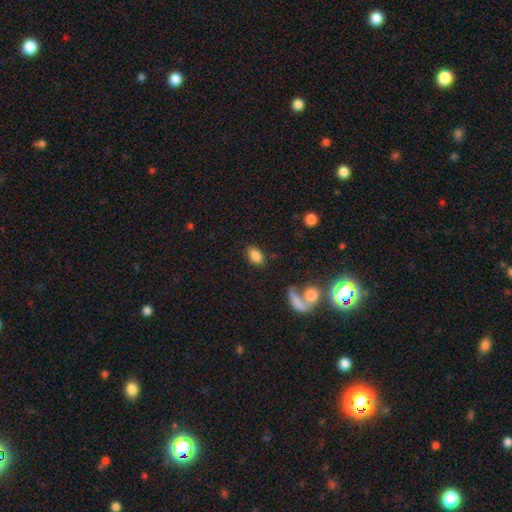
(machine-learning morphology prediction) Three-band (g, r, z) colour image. It shows a smooth galaxy with no disk features (84%) that is in between round and cigar-shaped (87%). Merging: none (78%).